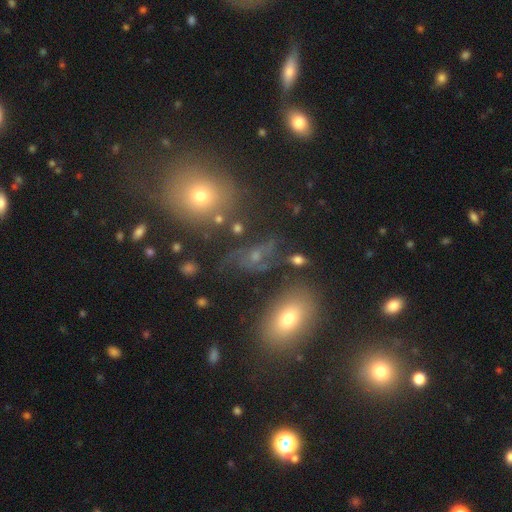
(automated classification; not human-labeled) This appears to be a featured or disk galaxy (40%). Merging: none (54%).